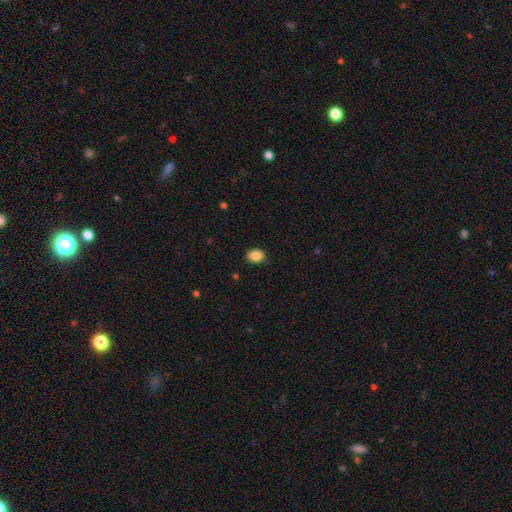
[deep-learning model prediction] smooth 87%, star or artifact 8%, featured or disk 5%. Down the decision tree: how rounded — in between (61%); merging — none (87%).